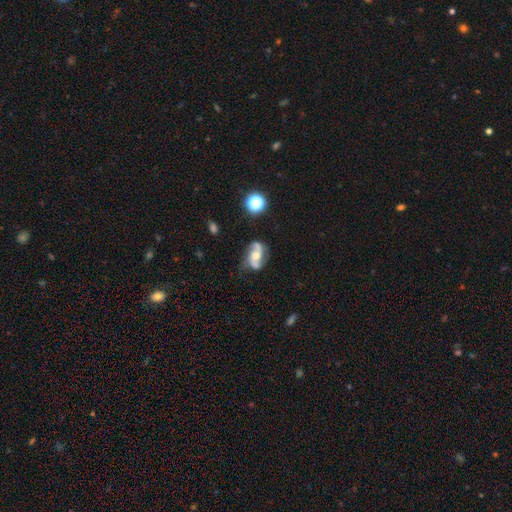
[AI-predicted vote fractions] Smooth or featured: featured or disk — 81% (smooth — 11%)
Edge-on disk: no — 97% (yes — 3%)
Bar: no — 56% (weak — 31%)
Spiral arms: yes — 94% (no — 6%)
Spiral winding: loose — 49% (medium — 39%)
Spiral arm count: 2 — 92% (can't tell — 3%)
Bulge size: moderate — 65% (small — 24%)
Merging: none — 70% (minor disturbance — 19%)